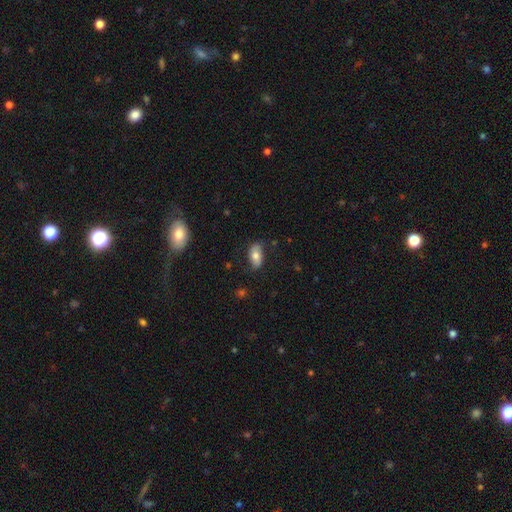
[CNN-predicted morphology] Smooth or featured? smooth (72%)
How rounded? in between (91%)
Merging? none (76%)